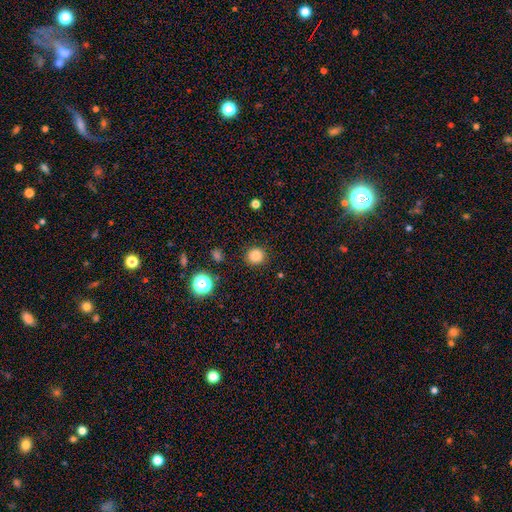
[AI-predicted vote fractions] Morphology: type=smooth (84%); roundness=round (91%); merging=none (90%).